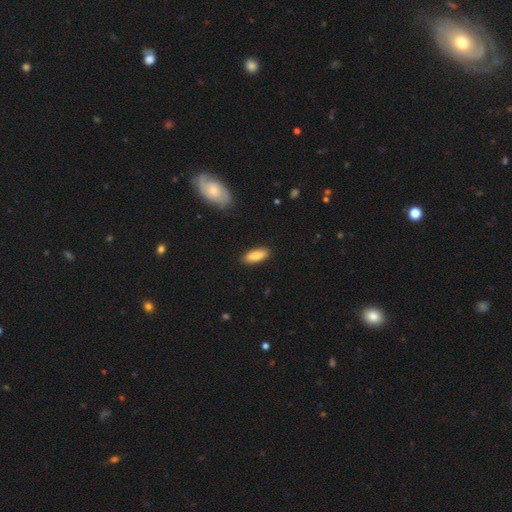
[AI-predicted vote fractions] This is clearly a smooth galaxy (83%). How rounded: likely in between (74%). Merging: clearly none (87%).